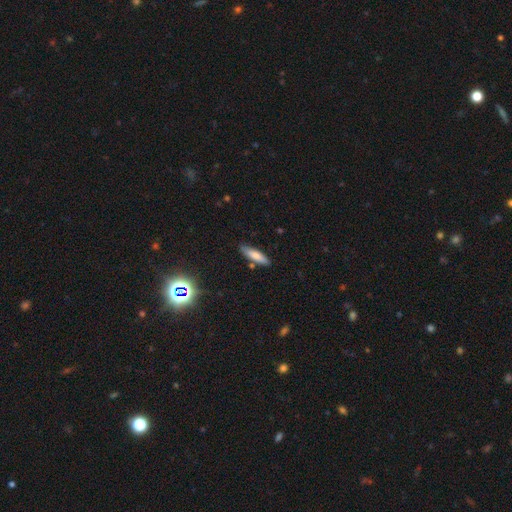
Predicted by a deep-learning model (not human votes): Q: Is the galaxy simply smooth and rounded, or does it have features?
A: smooth — 75%.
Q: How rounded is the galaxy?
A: cigar-shaped — 64%.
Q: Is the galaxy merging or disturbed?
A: none — 82%.